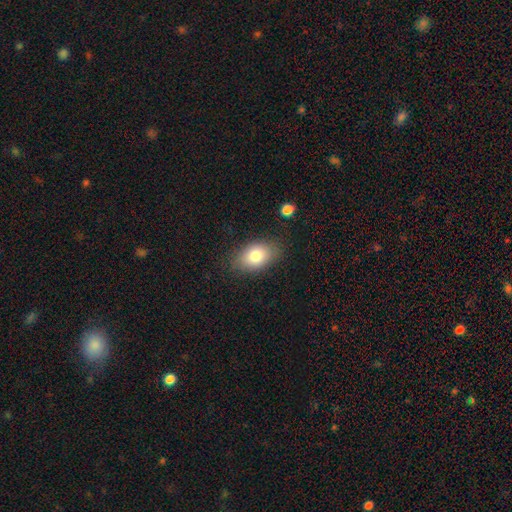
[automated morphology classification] A smooth galaxy with no disk features (81%) that is in between round and cigar-shaped (87%).

Vote fractions:
- Smooth or featured? smooth: 81% / featured or disk: 11% / star or artifact: 8%
- How rounded? in between: 87% / round: 11% / cigar-shaped: 2%
- Merging? none: 80% / minor disturbance: 14% / major disturbance: 4% / merger: 2%